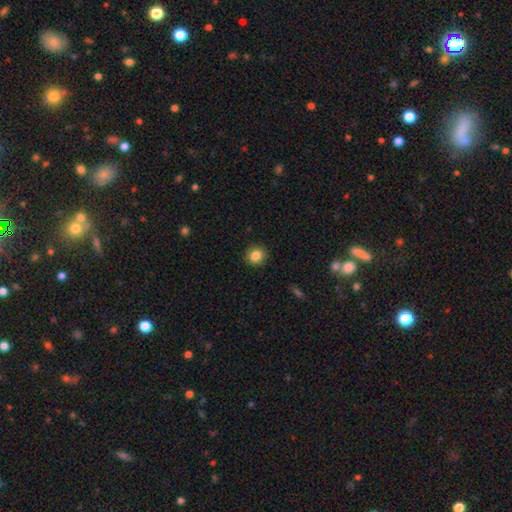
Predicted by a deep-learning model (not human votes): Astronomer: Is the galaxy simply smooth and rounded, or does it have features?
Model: smooth — 84%.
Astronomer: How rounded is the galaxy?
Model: round — 84%.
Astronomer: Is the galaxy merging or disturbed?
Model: none — 90%.